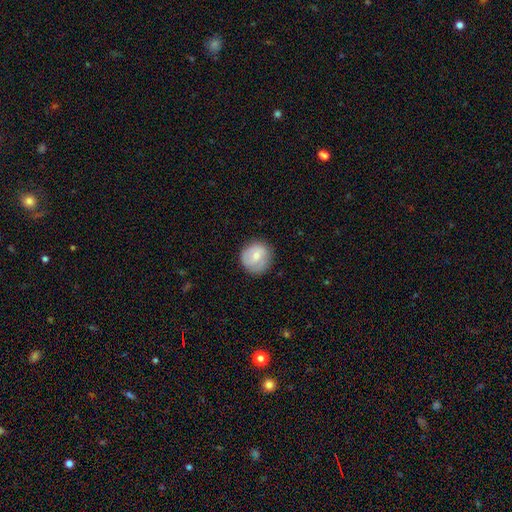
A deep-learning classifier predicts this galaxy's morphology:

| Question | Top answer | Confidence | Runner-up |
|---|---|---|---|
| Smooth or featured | smooth | 65% | featured or disk (28%) |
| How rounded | round | 88% | in between (11%) |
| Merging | none | 81% | minor disturbance (14%) |